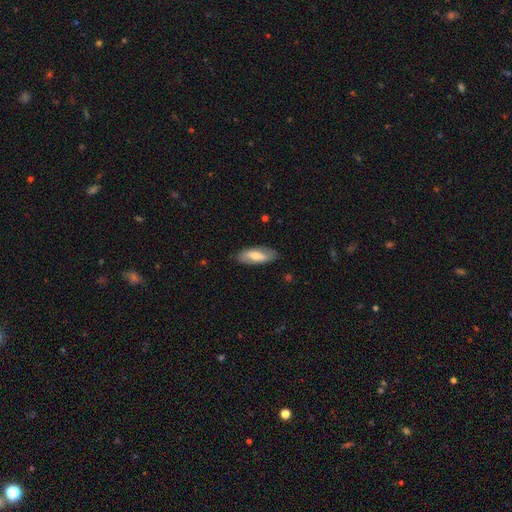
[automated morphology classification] A smooth galaxy with no disk features (54%) that is in between round and cigar-shaped (77%). Merging: none (84%).